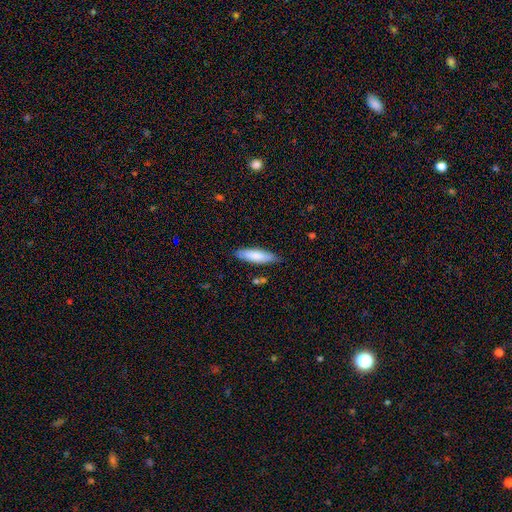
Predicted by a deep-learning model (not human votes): This appears to be a smooth galaxy with no disk features (82%) that is cigar-shaped (64%). Merging: none (82%).